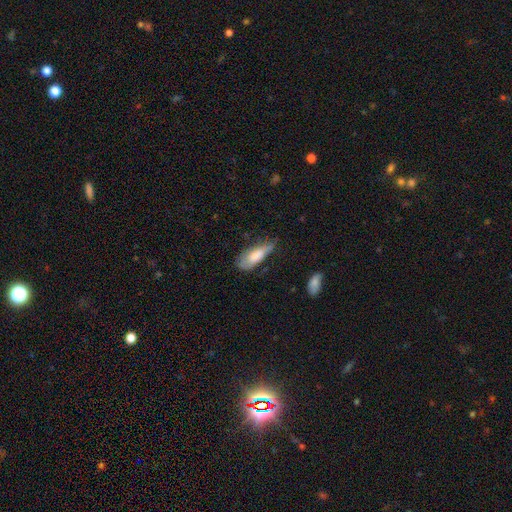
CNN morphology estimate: Smooth or featured?
  - smooth: 72% *
  - featured or disk: 21%
  - star or artifact: 6%
How rounded?
  - in between: 70% *
  - cigar-shaped: 28%
  - round: 2%
Merging?
  - minor disturbance: 41% *
  - none: 40%
  - major disturbance: 16%
  - merger: 3%